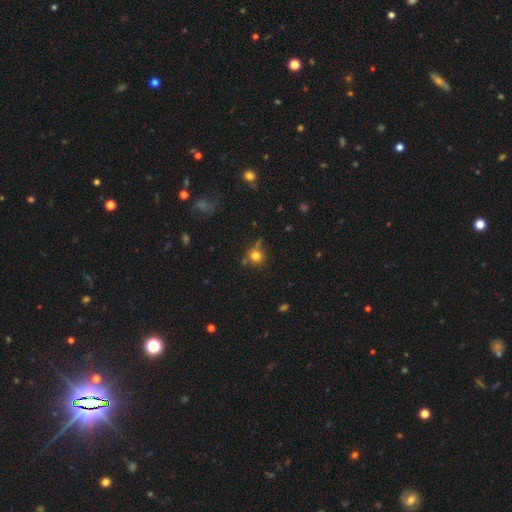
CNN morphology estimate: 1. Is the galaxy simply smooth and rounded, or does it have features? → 77% smooth, 15% star or artifact, 9% featured or disk.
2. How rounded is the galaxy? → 90% round, 9% in between, 1% cigar-shaped.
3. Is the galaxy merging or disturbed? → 70% none, 15% minor disturbance, 10% merger, 5% major disturbance.